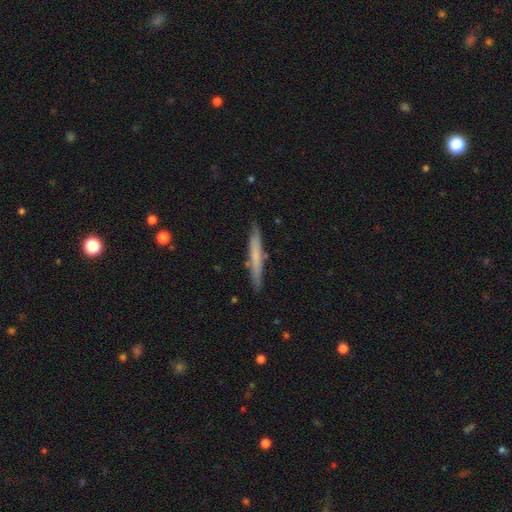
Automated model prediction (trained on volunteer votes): Overall: smooth (59%; featured or disk 35%). How rounded: cigar-shaped (96%). Merging: none (87%).